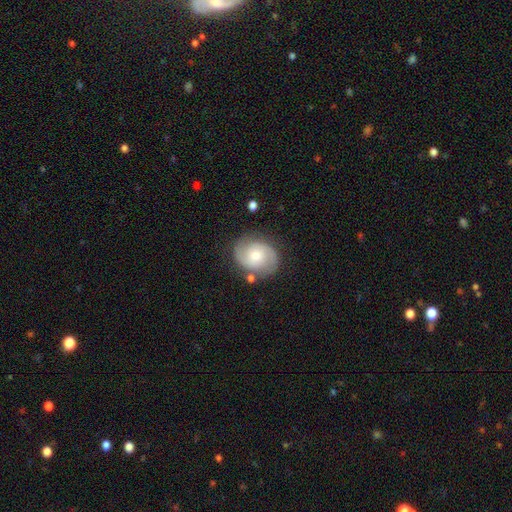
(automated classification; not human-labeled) This is likely a featured or disk galaxy (73%). It is clearly not viewed edge-on (98%). Bar: likely no (66%). Spiral arm pattern: clearly yes (94%). Spiral arm count: clearly 2 (90%). Spiral winding: possibly medium (51%). Central bulge: possibly moderate (53%). Merging: likely none (79%).